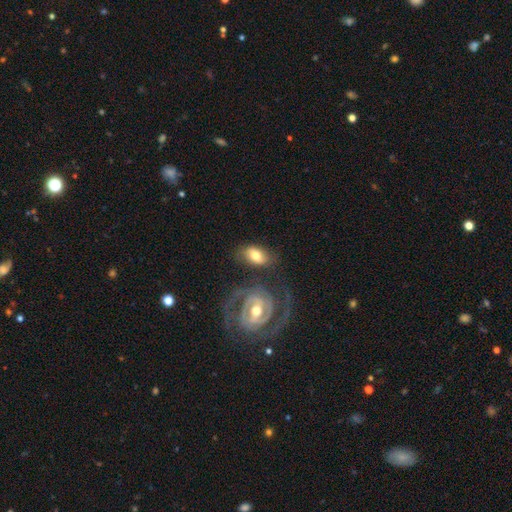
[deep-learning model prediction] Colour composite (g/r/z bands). It shows a smooth galaxy with no disk features (57%) that is in between round and cigar-shaped (86%). Merging: none (61%).